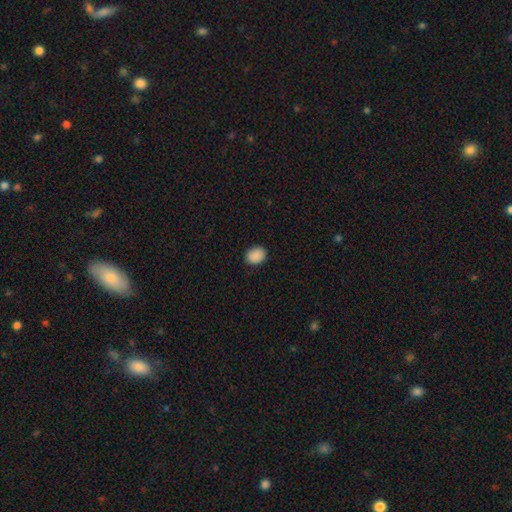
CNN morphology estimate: The model was most divided on "how rounded": in between: 55%, round: 44%, cigar-shaped: 1%. More confident: smooth or featured — smooth (90%); merging — none (88%).